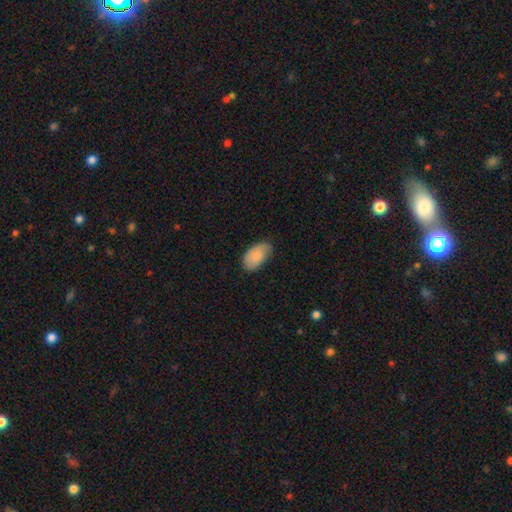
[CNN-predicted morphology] smooth_or_featured: smooth (p=0.84) [alt: featured or disk p=0.10]
how_rounded: in between (p=0.95) [alt: round p=0.04]
merging: none (p=0.66) [alt: minor disturbance p=0.28]